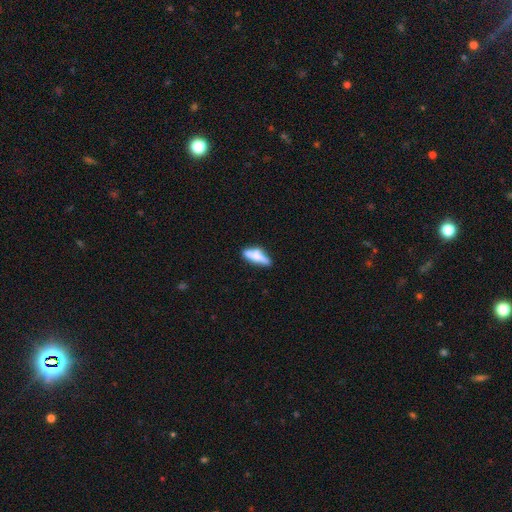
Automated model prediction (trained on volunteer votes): A smooth galaxy with no disk features (61%) that is cigar-shaped (60%).

Vote fractions:
- Smooth or featured? smooth: 61% / featured or disk: 32% / star or artifact: 7%
- How rounded? cigar-shaped: 60% / in between: 38% / round: 2%
- Merging? none: 57% / minor disturbance: 23% / merger: 12% / major disturbance: 9%